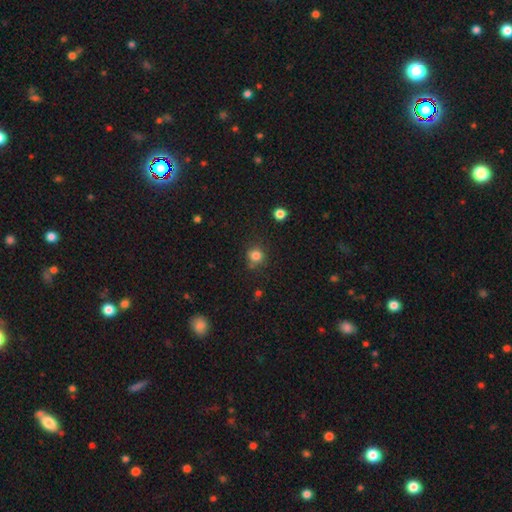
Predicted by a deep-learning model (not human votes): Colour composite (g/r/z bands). It shows a smooth galaxy with no disk features (82%) that is round (88%). Merging: none (77%).